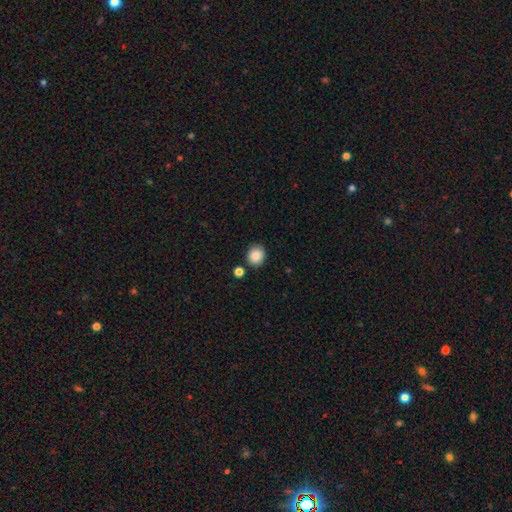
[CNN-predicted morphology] This is clearly a smooth galaxy (88%). How rounded: likely round (75%). Merging: clearly none (83%).